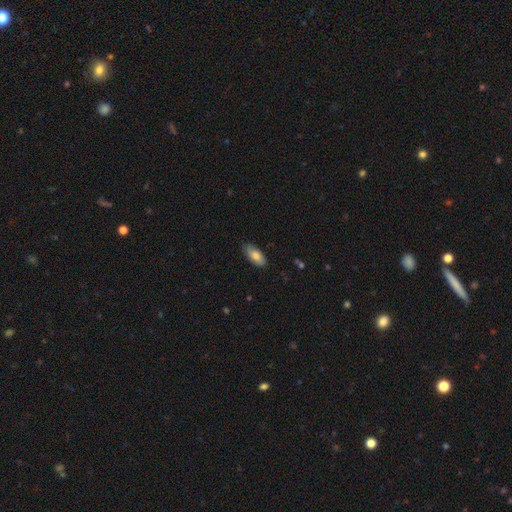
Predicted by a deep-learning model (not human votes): Morphology: type=smooth (80%); roundness=in between (88%); merging=none (81%).